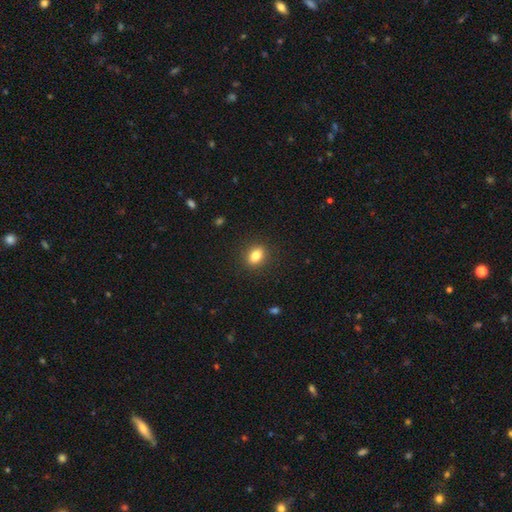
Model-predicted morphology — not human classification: Q: Smooth or featured?
A: smooth (83%); runner-up: star or artifact (10%)
Q: How rounded?
A: in between (64%); runner-up: round (34%)
Q: Merging?
A: none (89%); runner-up: minor disturbance (7%)